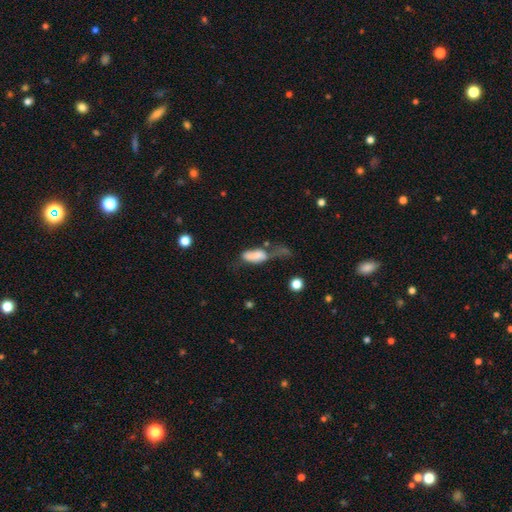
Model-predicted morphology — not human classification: Overall: smooth (71%). How rounded: in between (80%). Merging: major disturbance (39%; merger 22%).